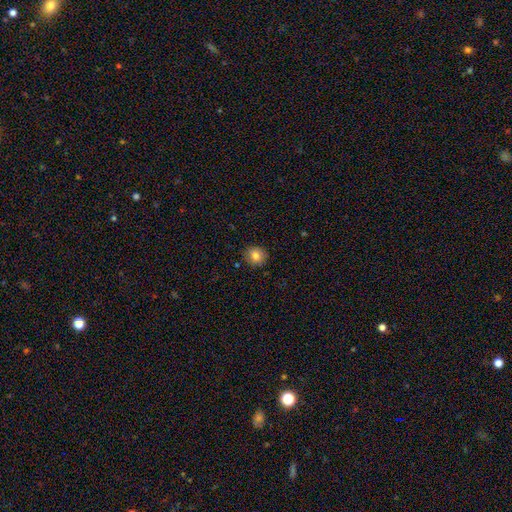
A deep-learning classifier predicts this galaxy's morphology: This is clearly a smooth galaxy (81%). How rounded: clearly round (84%). Merging: clearly none (90%).